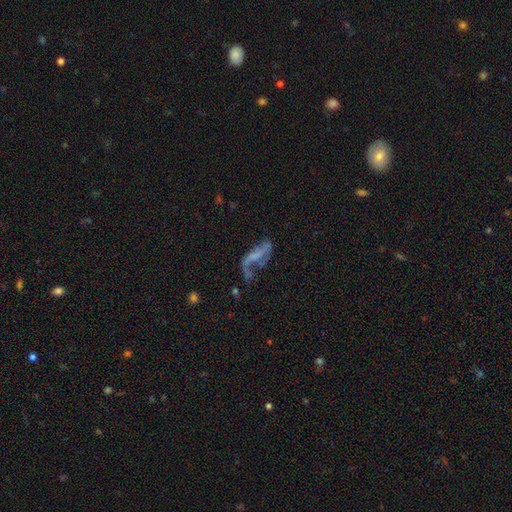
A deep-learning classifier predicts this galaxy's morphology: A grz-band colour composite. It shows a featured or disk galaxy (66%) with no bar (50%), spiral arms (66%) and no central bulge (64%). Merging: major disturbance (42%).